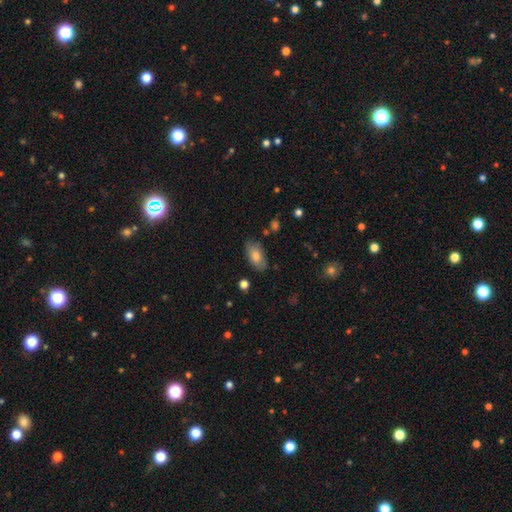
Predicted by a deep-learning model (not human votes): smooth_or_featured: smooth (p=0.75) [alt: featured or disk p=0.17]
how_rounded: in between (p=0.92) [alt: round p=0.05]
merging: none (p=0.79) [alt: minor disturbance p=0.16]